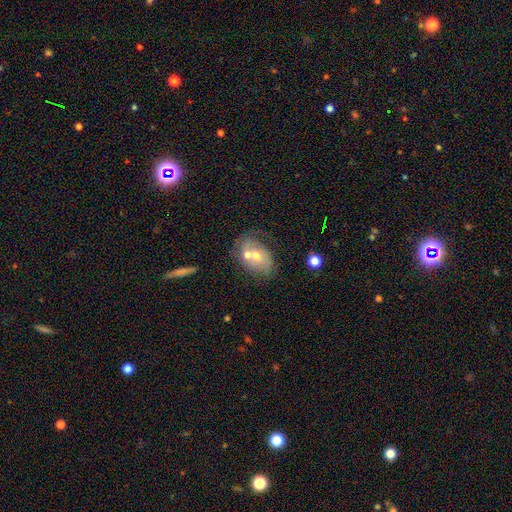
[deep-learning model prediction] Smooth or featured?
  - featured or disk: 48% *
  - smooth: 42%
  - star or artifact: 9%
Merging?
  - merger: 50% *
  - none: 27%
  - minor disturbance: 13%
  - major disturbance: 10%